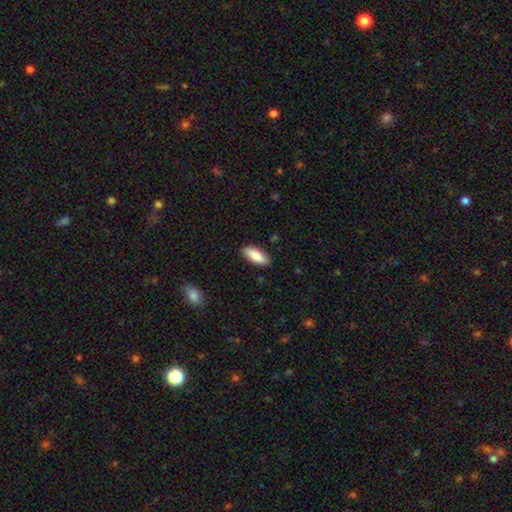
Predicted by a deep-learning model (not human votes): Smooth or featured: smooth — 85% (featured or disk — 9%)
How rounded: in between — 79% (cigar-shaped — 19%)
Merging: none — 88% (minor disturbance — 9%)